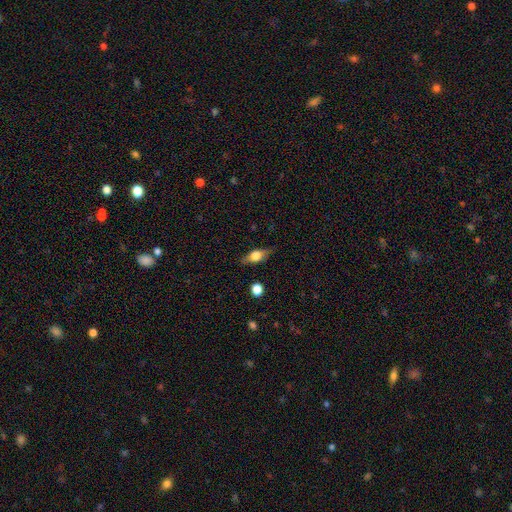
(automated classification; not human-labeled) Smooth or featured? Predicted: smooth (p=0.51). How rounded? Predicted: in between (p=0.67). Merging? Predicted: none (p=0.81).